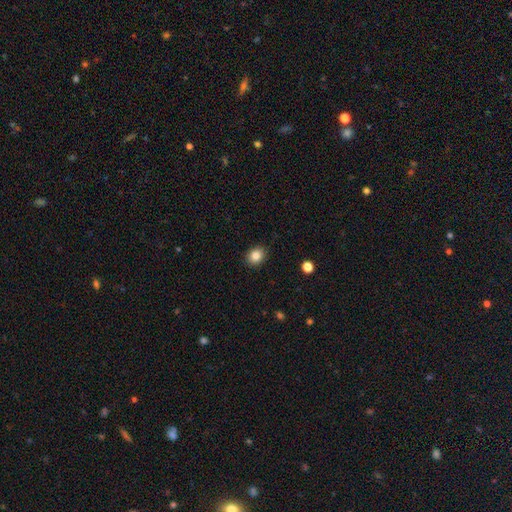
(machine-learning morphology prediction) A smooth galaxy with no disk features (84%) that is round (57%).

Vote fractions:
- Smooth or featured? smooth: 84% / star or artifact: 10% / featured or disk: 6%
- How rounded? round: 57% / in between: 42% / cigar-shaped: 1%
- Merging? none: 90% / minor disturbance: 8% / major disturbance: 2% / merger: 1%